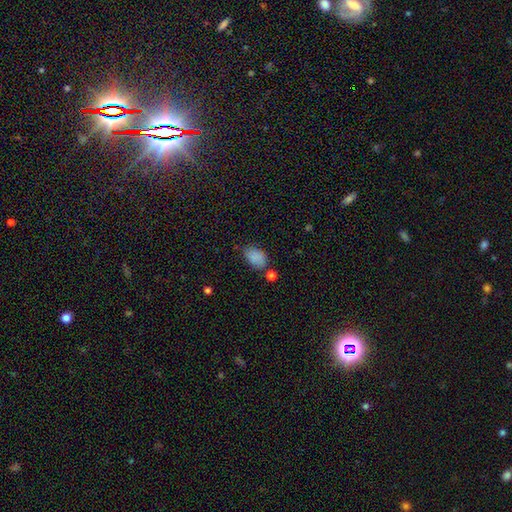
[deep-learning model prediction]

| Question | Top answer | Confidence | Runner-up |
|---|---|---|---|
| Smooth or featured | smooth | 84% | star or artifact (10%) |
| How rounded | in between | 87% | round (11%) |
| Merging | none | 62% | minor disturbance (24%) |